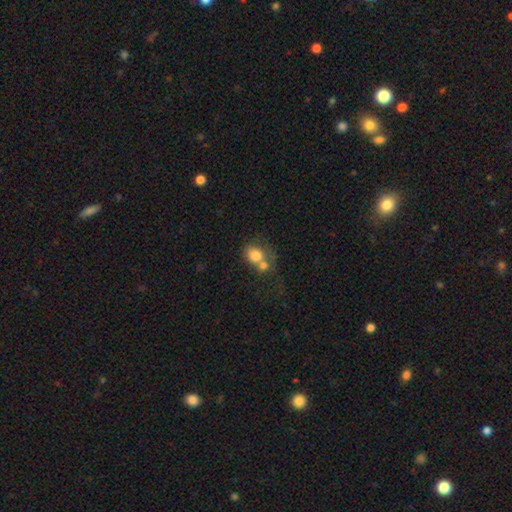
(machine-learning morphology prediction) Smooth or featured? Predicted: smooth (p=0.77). How rounded? Predicted: round (p=0.60). Merging? Predicted: merger (p=0.56).